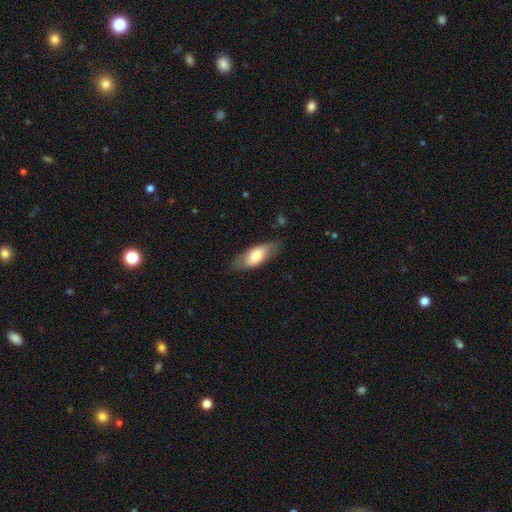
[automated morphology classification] Q: Smooth or featured?
A: smooth (68%); runner-up: featured or disk (26%)
Q: How rounded?
A: in between (81%); runner-up: cigar-shaped (17%)
Q: Merging?
A: none (76%); runner-up: minor disturbance (18%)